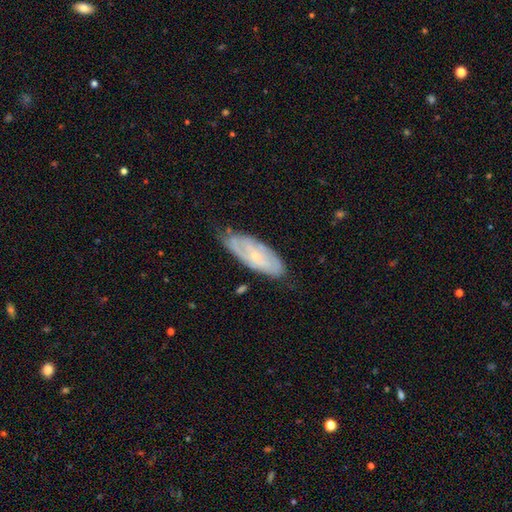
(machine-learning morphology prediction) smooth-or-featured: featured or disk: 65% | smooth: 29% | star or artifact: 6%
  disk-edge-on: no: 87% | yes: 13%
    bar: no: 67% | weak: 26% | strong: 7%
    has-spiral-arms: yes: 79% | no: 21%
    bulge-size: small: 77% | moderate: 19% | none: 3% | large: 1% | dominant: 1%
  merging: none: 68% | minor disturbance: 25% | major disturbance: 5% | merger: 2%